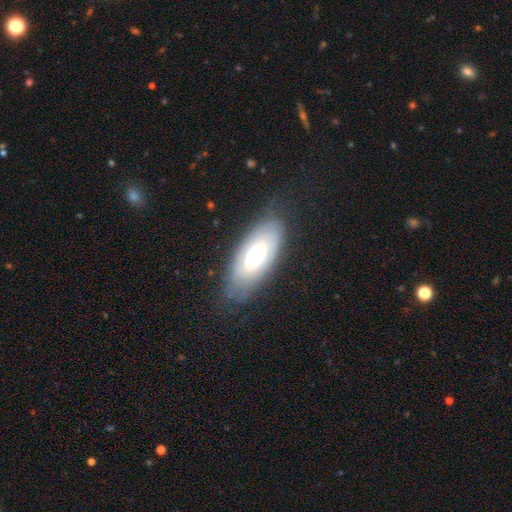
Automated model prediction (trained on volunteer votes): This appears to be a smooth galaxy with no disk features (53%) that is in between round and cigar-shaped (86%). Merging: none (69%).